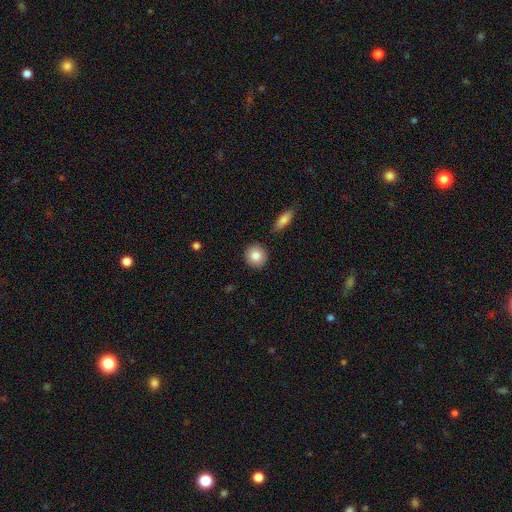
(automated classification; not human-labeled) This is clearly a smooth galaxy (84%). How rounded: clearly round (89%). Merging: clearly none (89%).